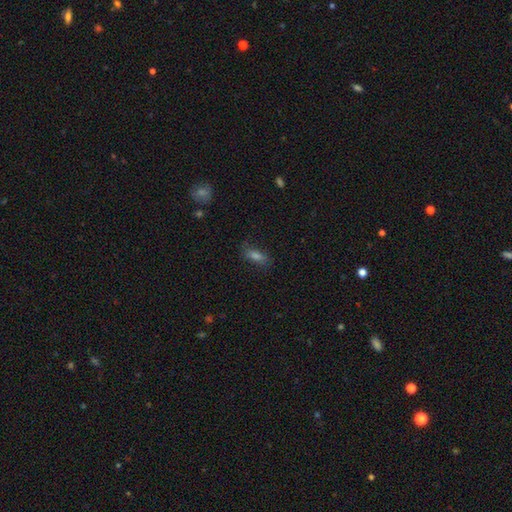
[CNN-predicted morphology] This is likely a smooth galaxy (61%). How rounded: likely in between (69%). Merging: likely none (75%).